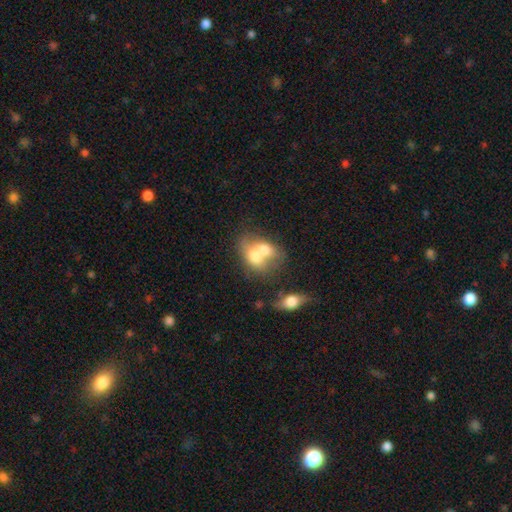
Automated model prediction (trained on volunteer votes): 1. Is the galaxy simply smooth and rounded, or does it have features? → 64% smooth, 28% featured or disk, 8% star or artifact.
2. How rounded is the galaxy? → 65% in between, 34% round, 2% cigar-shaped.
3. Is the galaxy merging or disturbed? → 72% merger, 17% none, 7% minor disturbance, 5% major disturbance.